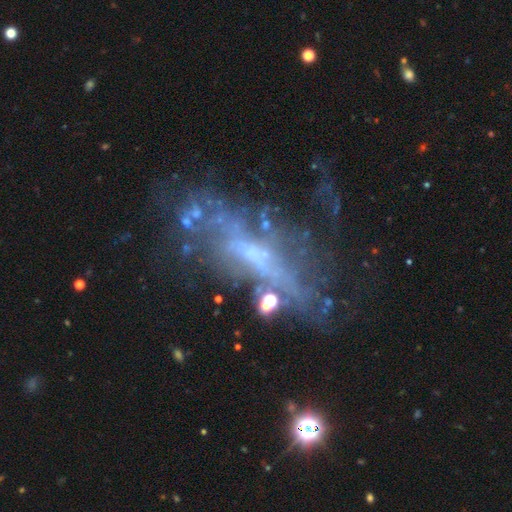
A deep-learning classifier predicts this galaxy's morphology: A featured or disk galaxy (72%) with no bar (55%), spiral arms (50%, tied with no) and a small central bulge (46%).

Vote fractions:
- Smooth or featured? featured or disk: 72% / smooth: 15% / star or artifact: 13%
- Edge-on disk? no: 77% / yes: 23%
- Bar? no: 55% / weak: 31% / strong: 14%
- Spiral arms? yes: 50% (tied) / no: 50% (tied)
- Bulge size? small: 46% / none: 29% / moderate: 21% / large: 3% / dominant: 1%
- Merging? none: 51% / major disturbance: 22% / minor disturbance: 20% / merger: 7%